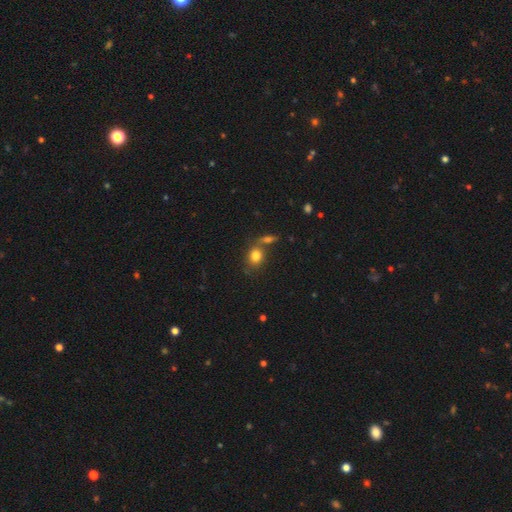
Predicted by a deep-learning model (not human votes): This appears to be a smooth galaxy with no disk features (81%) that is round (55%). Merging: none (57%).